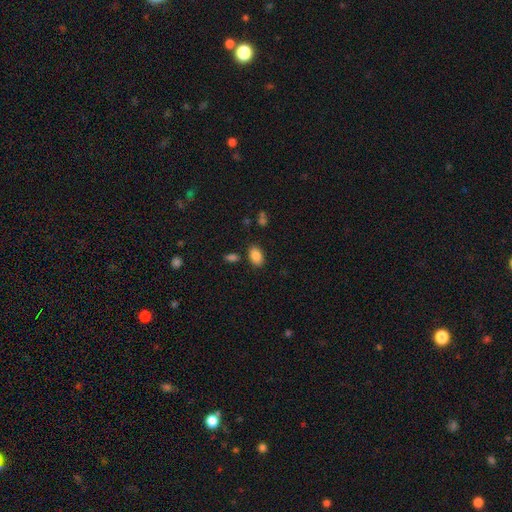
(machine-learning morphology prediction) A smooth galaxy with no disk features (87%) that is in between round and cigar-shaped (88%).

Vote fractions:
- Smooth or featured? smooth: 87% / star or artifact: 8% / featured or disk: 5%
- How rounded? in between: 88% / round: 10% / cigar-shaped: 1%
- Merging? none: 82% / minor disturbance: 11% / merger: 5% / major disturbance: 3%